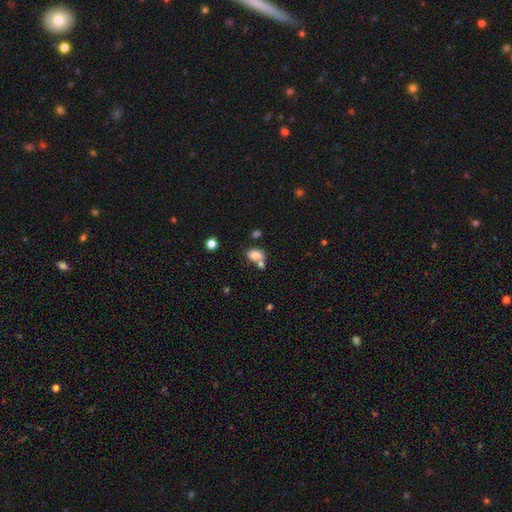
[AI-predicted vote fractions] Overall: smooth (78%). How rounded: in between (79%). Merging: merger (44%; none 36%).